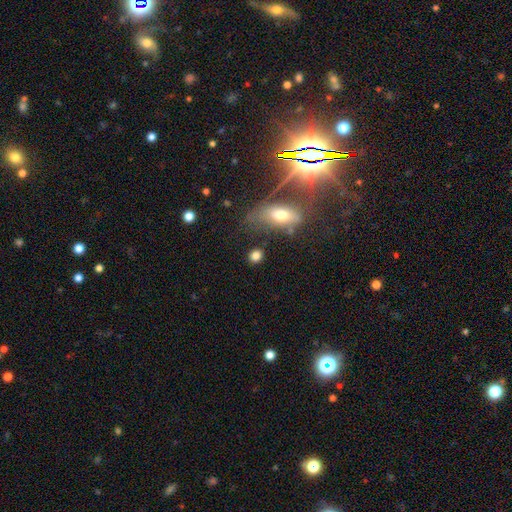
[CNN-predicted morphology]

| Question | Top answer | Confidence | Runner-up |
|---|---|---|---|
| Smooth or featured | smooth | 82% | star or artifact (10%) |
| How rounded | round | 61% | in between (36%) |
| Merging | none | 77% | minor disturbance (12%) |